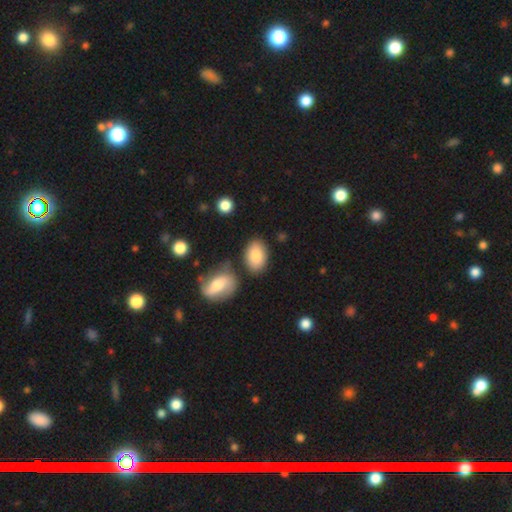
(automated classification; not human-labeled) This is clearly a smooth galaxy (84%). How rounded: clearly in between (89%). Merging: likely none (74%).